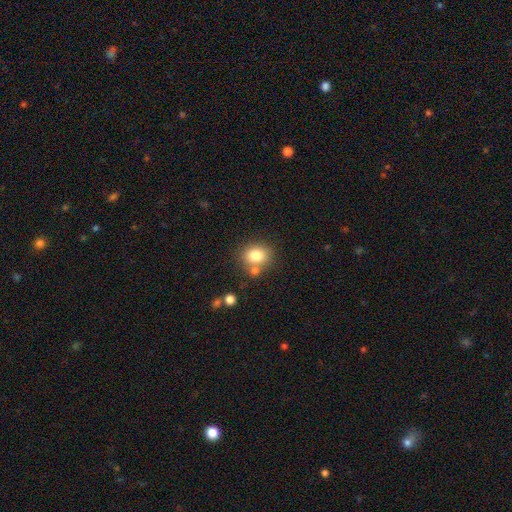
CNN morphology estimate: Smooth or featured?
  - smooth: 80% *
  - star or artifact: 10%
  - featured or disk: 10%
How rounded?
  - round: 62% *
  - in between: 37%
  - cigar-shaped: 1%
Merging?
  - none: 65% *
  - merger: 20%
  - minor disturbance: 12%
  - major disturbance: 4%